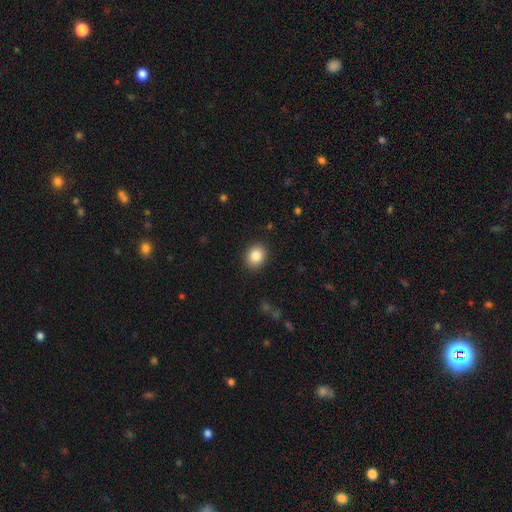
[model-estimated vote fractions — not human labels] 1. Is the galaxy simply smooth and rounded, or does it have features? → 86% smooth, 9% star or artifact, 6% featured or disk.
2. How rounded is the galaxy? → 57% round, 42% in between, 1% cigar-shaped.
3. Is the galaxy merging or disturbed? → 90% none, 7% minor disturbance, 2% major disturbance, 1% merger.